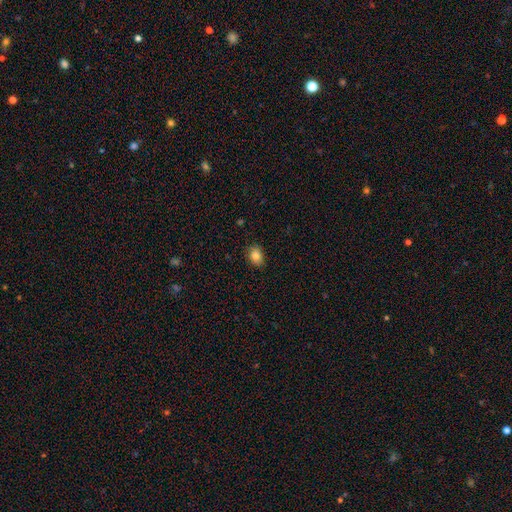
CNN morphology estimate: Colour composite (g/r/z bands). It shows a smooth galaxy with no disk features (84%) that is in between round and cigar-shaped (65%). Merging: none (86%).